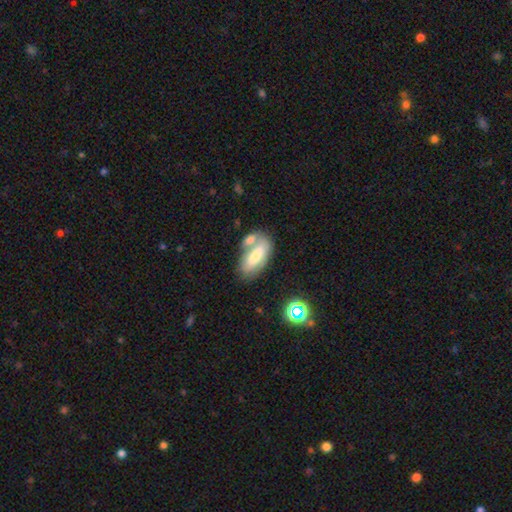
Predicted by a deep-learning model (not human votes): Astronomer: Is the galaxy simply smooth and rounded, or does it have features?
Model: smooth — 63%.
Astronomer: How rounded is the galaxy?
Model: in between — 81%.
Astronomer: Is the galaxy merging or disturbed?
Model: none — 41% (runner-up: merger, 38%).